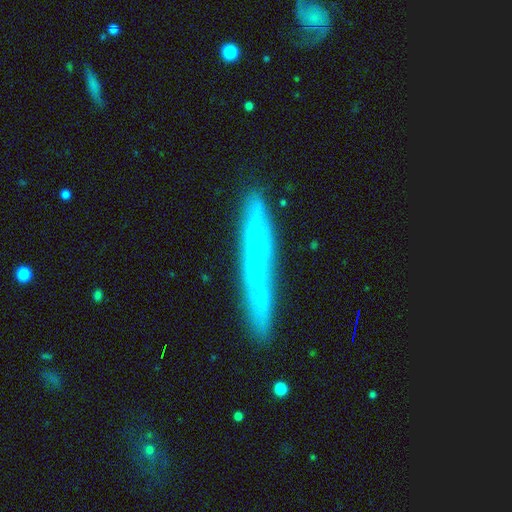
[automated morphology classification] smooth_or_featured: featured or disk (p=0.58) [alt: smooth p=0.34]
disk_edge_on: yes (p=0.76) [alt: no p=0.24]
merging: none (p=0.81) [alt: minor disturbance p=0.13]